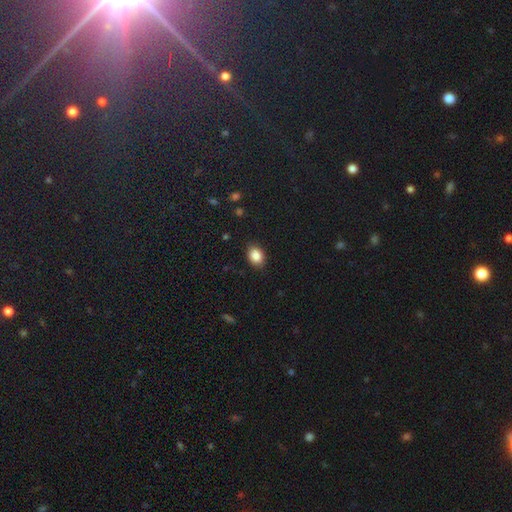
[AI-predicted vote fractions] Smooth or featured: smooth — 86% (star or artifact — 9%)
How rounded: in between — 69% (round — 30%)
Merging: none — 87% (minor disturbance — 10%)